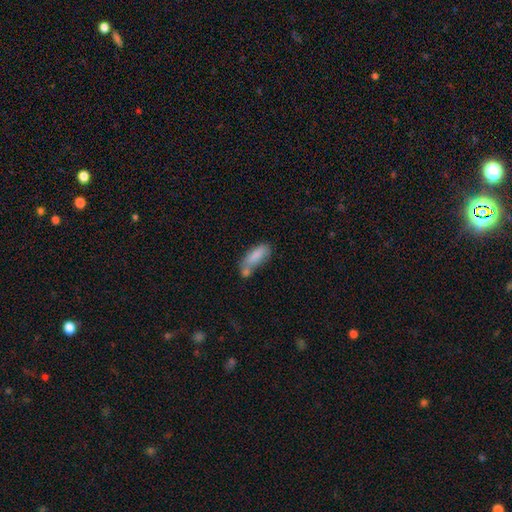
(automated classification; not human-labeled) Morphology: type=smooth (79%); roundness=in between (70%); merging=merger (37%).